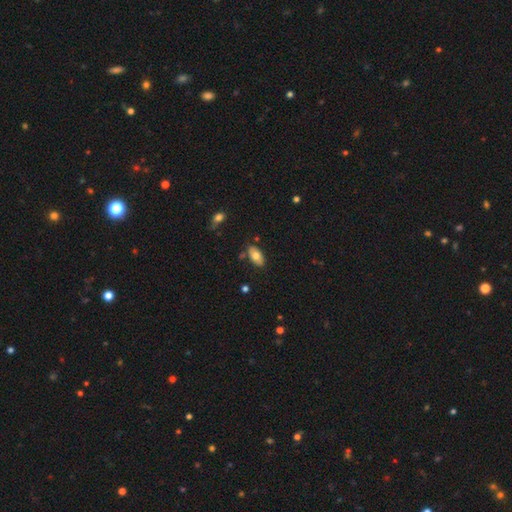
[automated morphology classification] smooth-or-featured: smooth: 74% | featured or disk: 19% | star or artifact: 7%
  how-rounded: in between: 92% | cigar-shaped: 4% | round: 3%
  merging: none: 81% | minor disturbance: 13% | merger: 4% | major disturbance: 3%